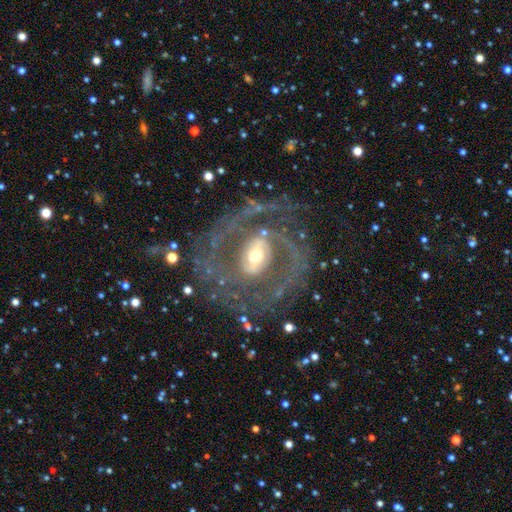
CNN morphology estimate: Smooth or featured? featured or disk (89%)
Edge-on disk? no (96%)
Bar? weak (39%)
Spiral arms? yes (93%)
Spiral winding? medium (45%)
Spiral arm count? 2 (61%)
Bulge size? moderate (47%)
Merging? none (66%)